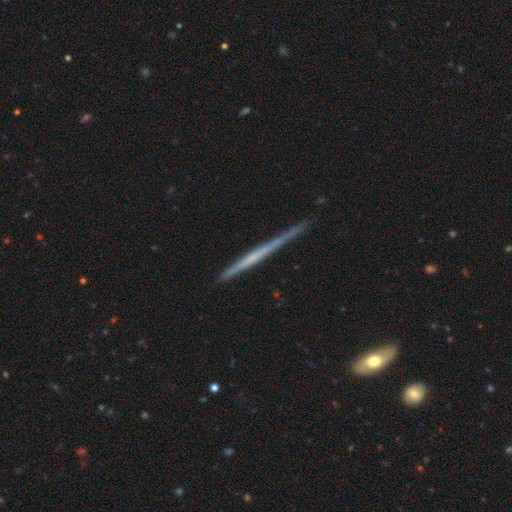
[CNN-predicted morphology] A featured or disk galaxy (62%) viewed edge-on (97%) with no central bulge (87%). Merging: none (85%).